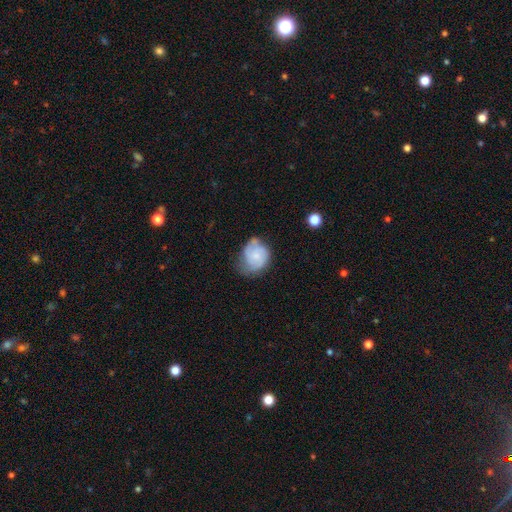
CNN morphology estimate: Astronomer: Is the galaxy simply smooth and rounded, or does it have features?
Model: featured or disk — 55% (runner-up: smooth, 38%).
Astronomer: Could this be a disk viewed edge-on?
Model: no — 98%.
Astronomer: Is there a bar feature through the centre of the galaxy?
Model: no — 72%.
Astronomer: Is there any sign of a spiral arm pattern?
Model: yes — 86%.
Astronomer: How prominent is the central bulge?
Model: small — 52%.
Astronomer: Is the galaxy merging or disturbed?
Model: none — 48% (runner-up: minor disturbance, 34%).